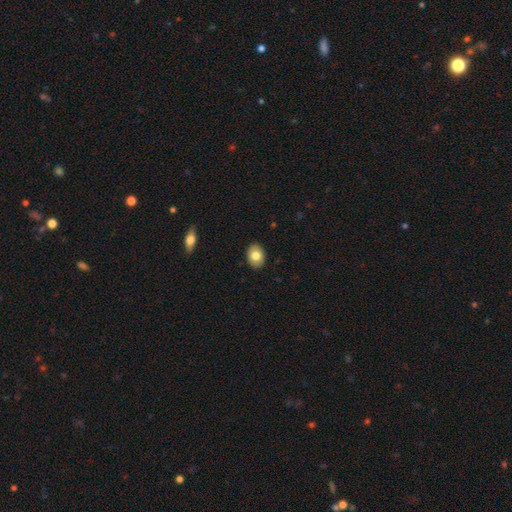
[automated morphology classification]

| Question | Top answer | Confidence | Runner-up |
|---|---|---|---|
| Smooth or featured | smooth | 79% | featured or disk (14%) |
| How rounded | in between | 73% | round (26%) |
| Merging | none | 90% | minor disturbance (7%) |